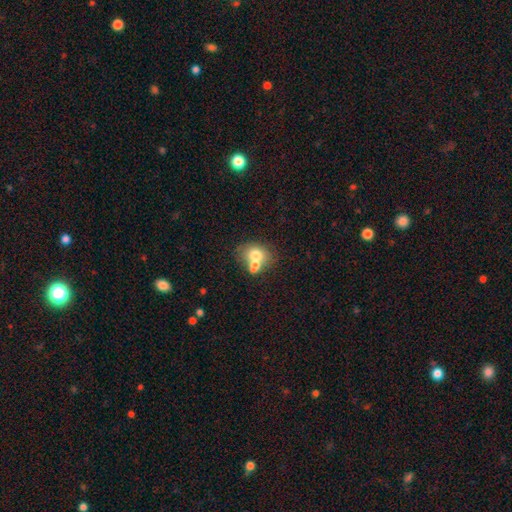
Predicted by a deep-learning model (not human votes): This appears to be a smooth galaxy with no disk features (69%) that is in between round and cigar-shaped (52%). Merging: merger (52%).